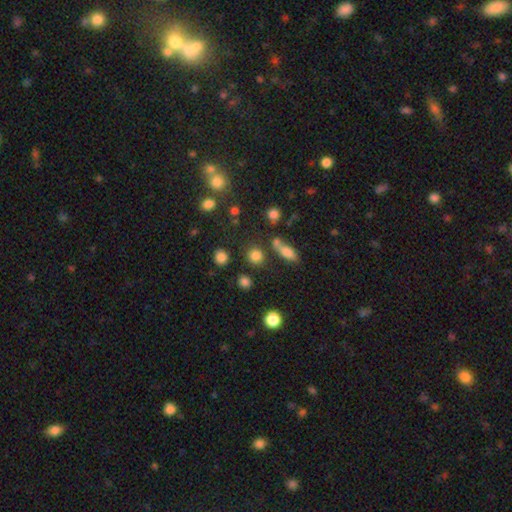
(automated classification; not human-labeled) A smooth galaxy with no disk features (78%) that is round (85%). Merging: none (74%).